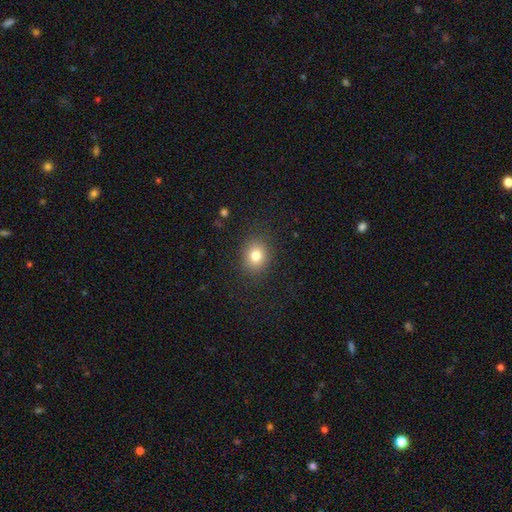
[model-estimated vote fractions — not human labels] This appears to be a smooth galaxy with no disk features (79%) that is round (68%). Merging: none (88%).